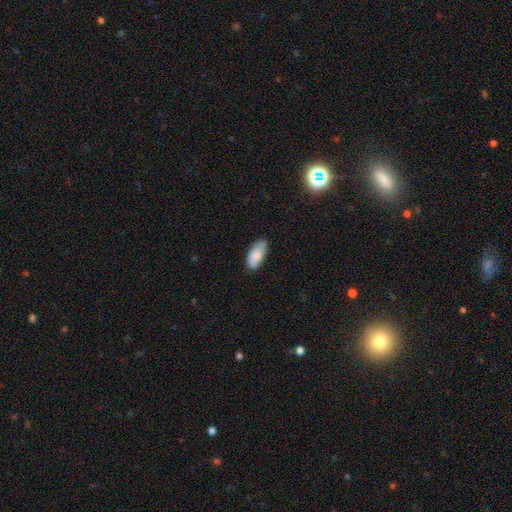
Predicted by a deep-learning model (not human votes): The model was most divided on "merging": none: 77%, minor disturbance: 19%, major disturbance: 3%, merger: 1%. More confident: how rounded — in between (91%); smooth or featured — smooth (82%).